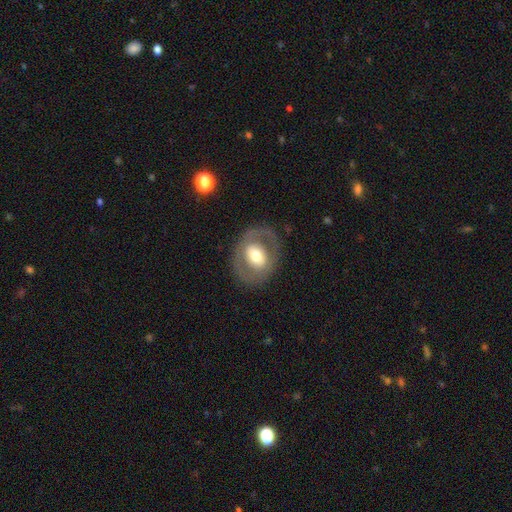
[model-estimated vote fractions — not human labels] A featured or disk galaxy (53%). Merging: none (77%).